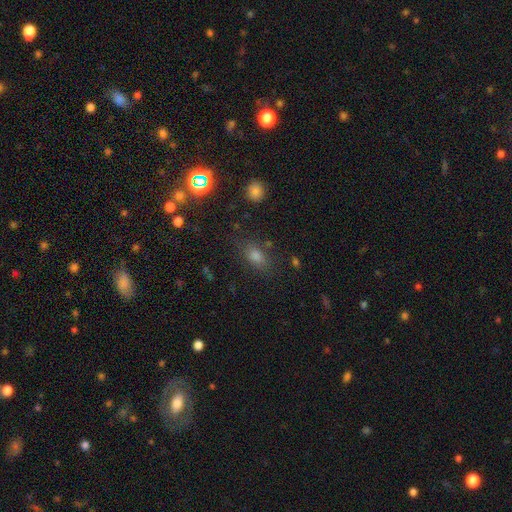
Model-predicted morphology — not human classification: smooth-or-featured: smooth: 64% | star or artifact: 27% | featured or disk: 9%
  how-rounded: in between: 71% | round: 25% | cigar-shaped: 4%
  merging: none: 79% | minor disturbance: 12% | major disturbance: 5% | merger: 4%